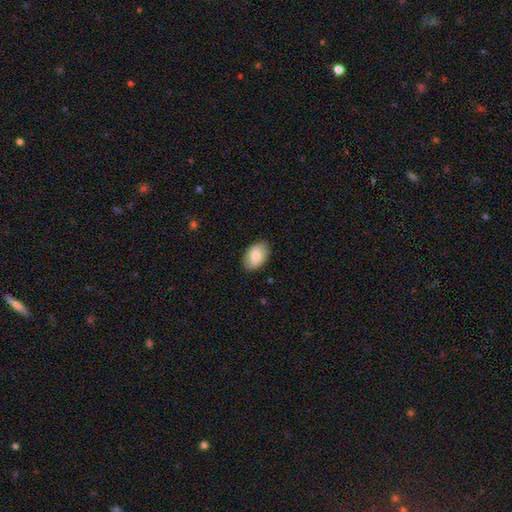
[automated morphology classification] Smooth or featured? smooth (81%)
How rounded? in between (89%)
Merging? none (85%)